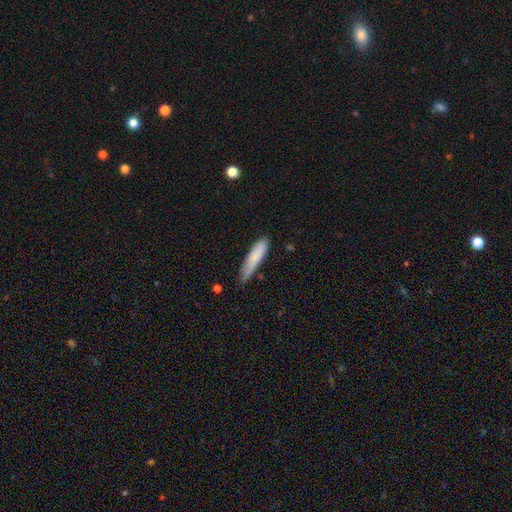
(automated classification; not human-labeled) This appears to be a smooth galaxy with no disk features (82%) that is cigar-shaped (79%). Merging: none (64%).